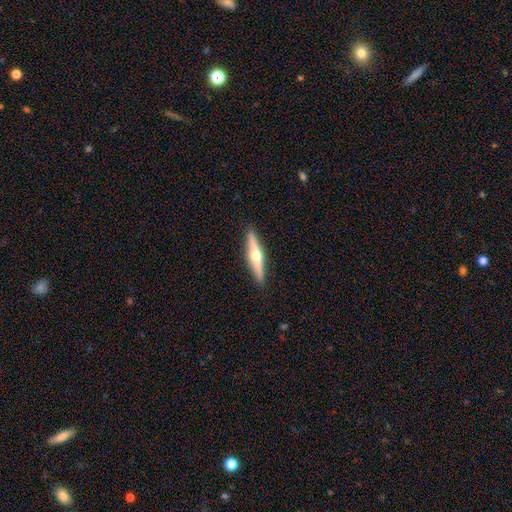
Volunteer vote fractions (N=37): A featured or disk galaxy (76%) viewed edge-on (93%) with a rounded central bulge (85%). Merging: none (89%).